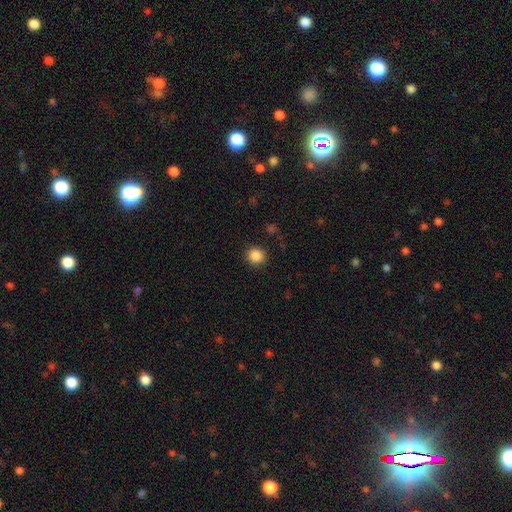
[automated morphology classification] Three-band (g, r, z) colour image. It shows a smooth galaxy with no disk features (87%) that is round (90%). Merging: none (90%).